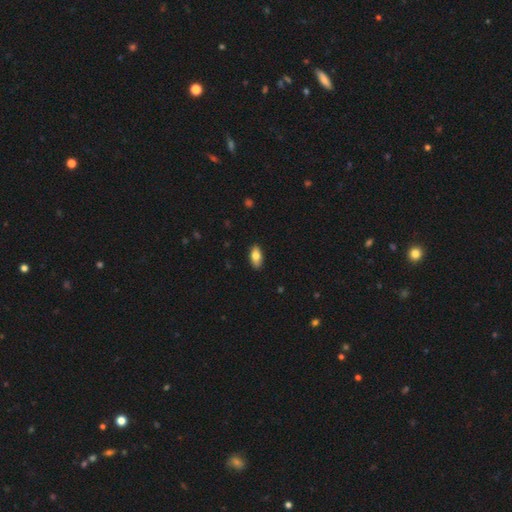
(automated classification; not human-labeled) This is likely a smooth galaxy (78%). How rounded: clearly in between (89%). Merging: clearly none (89%).